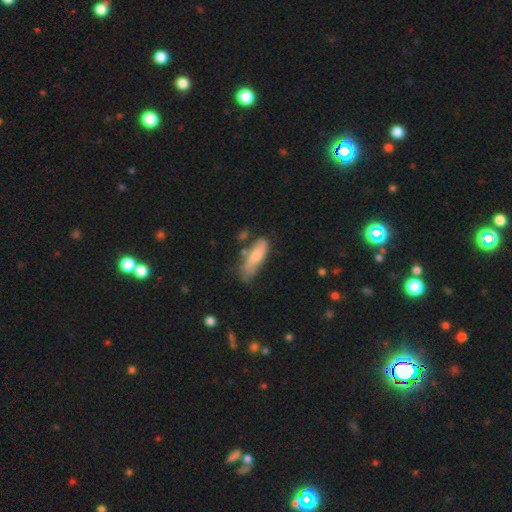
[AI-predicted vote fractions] Morphology: type=smooth (70%); roundness=in between (56%); merging=none (52%).